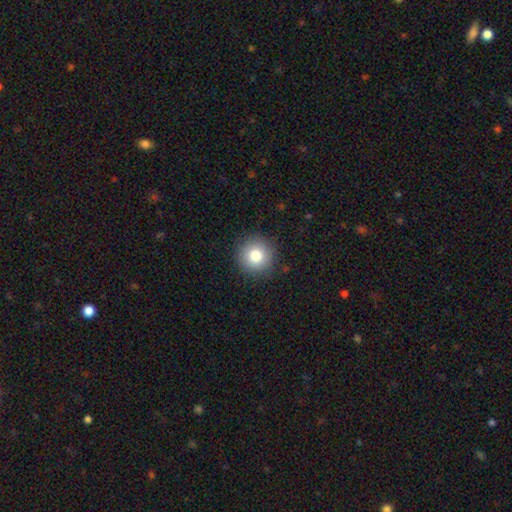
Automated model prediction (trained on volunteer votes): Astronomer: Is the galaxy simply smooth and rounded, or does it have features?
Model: smooth — 81%.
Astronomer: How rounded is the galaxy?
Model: round — 95%.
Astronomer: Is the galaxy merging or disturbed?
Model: none — 90%.